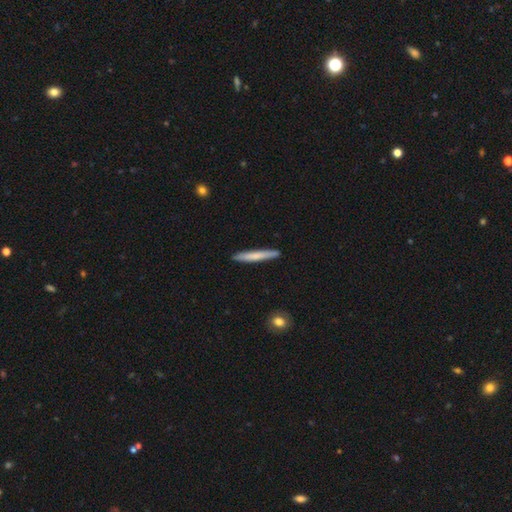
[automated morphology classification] Smooth or featured? Predicted: smooth (p=0.68). How rounded? Predicted: cigar-shaped (p=0.96). Merging? Predicted: none (p=0.90).